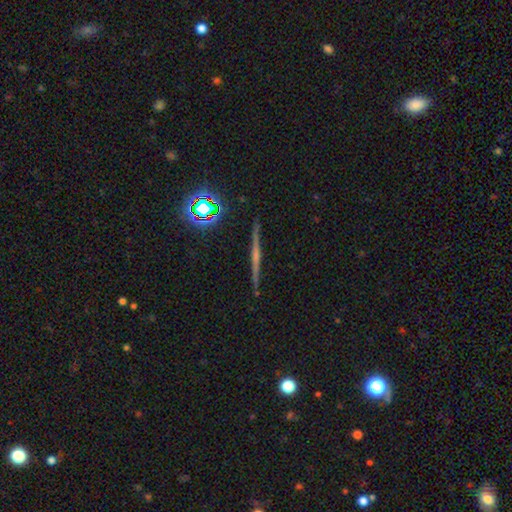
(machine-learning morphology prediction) This is possibly a featured or disk galaxy (60%). It is clearly viewed edge-on (95%). Edge-on bulge: possibly rounded (54%). Merging: clearly none (89%).